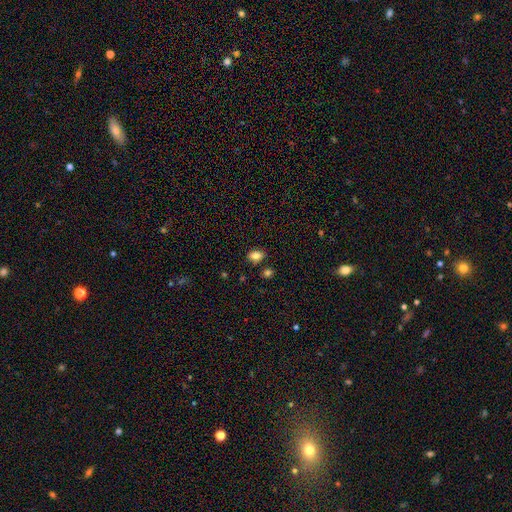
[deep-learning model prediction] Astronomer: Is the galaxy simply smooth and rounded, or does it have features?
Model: smooth — 82%.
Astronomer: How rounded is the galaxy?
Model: in between — 80%.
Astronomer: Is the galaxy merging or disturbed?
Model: none — 82%.